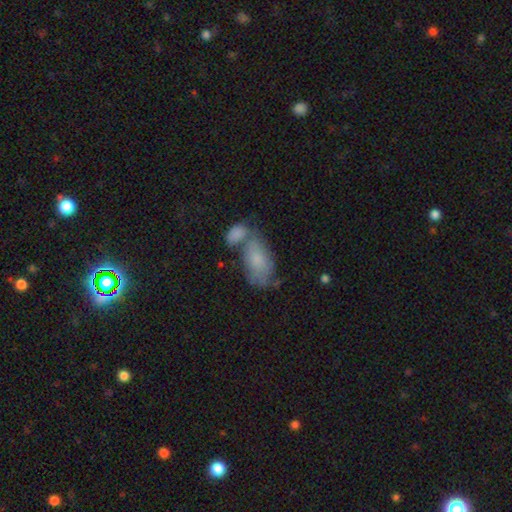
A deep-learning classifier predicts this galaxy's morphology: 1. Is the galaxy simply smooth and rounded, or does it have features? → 62% smooth, 25% featured or disk, 13% star or artifact.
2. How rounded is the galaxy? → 90% in between, 6% round, 4% cigar-shaped.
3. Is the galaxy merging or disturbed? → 42% merger, 34% none, 16% minor disturbance, 8% major disturbance.